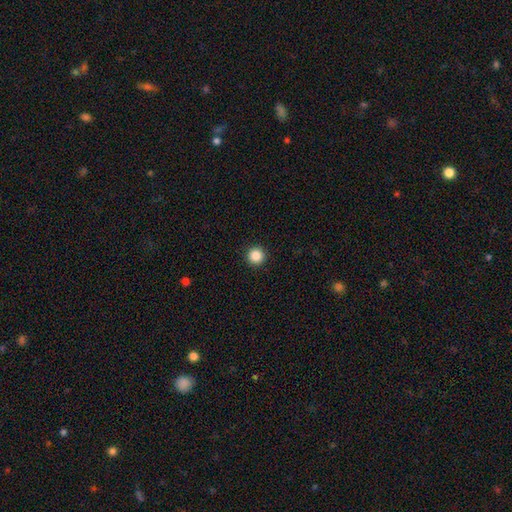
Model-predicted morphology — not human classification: The model was most divided on "smooth or featured": smooth: 87%, star or artifact: 10%, featured or disk: 3%. More confident: how rounded — round (96%); merging — none (93%).